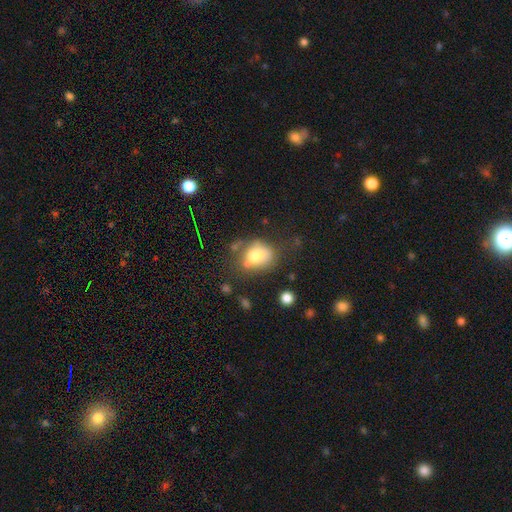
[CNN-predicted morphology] Smooth or featured?
  - smooth: 69% *
  - featured or disk: 20%
  - star or artifact: 11%
How rounded?
  - in between: 56% *
  - round: 43%
  - cigar-shaped: 1%
Merging?
  - none: 43% *
  - minor disturbance: 26%
  - merger: 16%
  - major disturbance: 15%